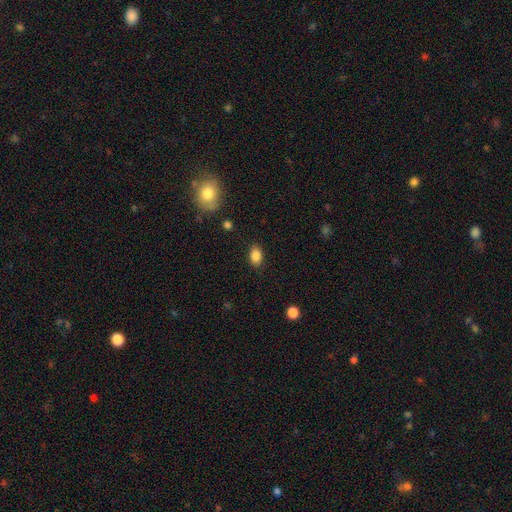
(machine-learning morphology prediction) smooth-or-featured: smooth: 86% | star or artifact: 9% | featured or disk: 5%
  how-rounded: in between: 84% | round: 14% | cigar-shaped: 1%
  merging: none: 86% | minor disturbance: 10% | major disturbance: 3% | merger: 1%